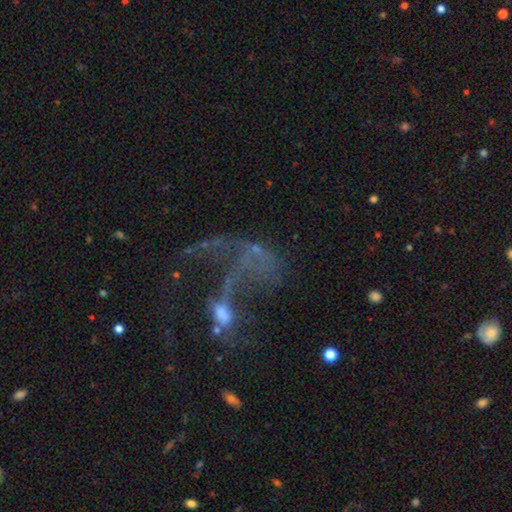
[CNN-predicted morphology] Smooth or featured? featured or disk (59%)
Edge-on disk? no (95%)
Bar? no (74%)
Spiral arms? no (56%)
Bulge size? none (39%)
Merging? major disturbance (49%)